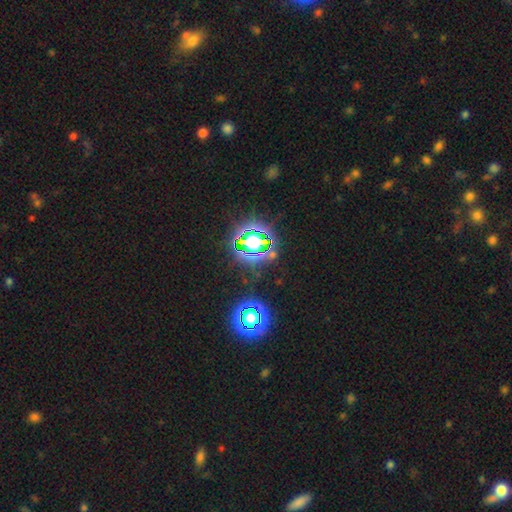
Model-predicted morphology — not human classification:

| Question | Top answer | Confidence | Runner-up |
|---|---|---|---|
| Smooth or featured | star or artifact | 74% | smooth (17%) |